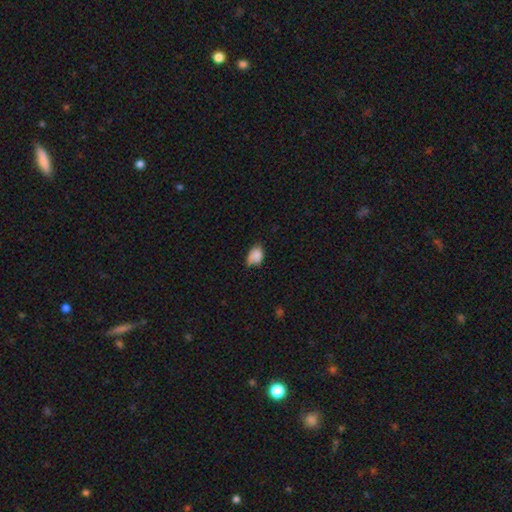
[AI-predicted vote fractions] The model was most divided on "merging": minor disturbance: 44%, none: 43%, major disturbance: 10%, merger: 3%. More confident: smooth or featured — smooth (81%); how rounded — in between (78%).